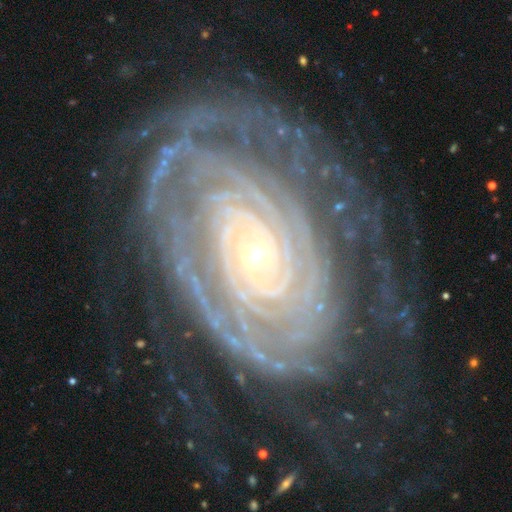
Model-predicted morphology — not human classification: This appears to be a featured or disk galaxy (88%) with no bar (77%), tight (83%) spiral arms (95%) and a small central bulge (78%). Merging: none (63%).